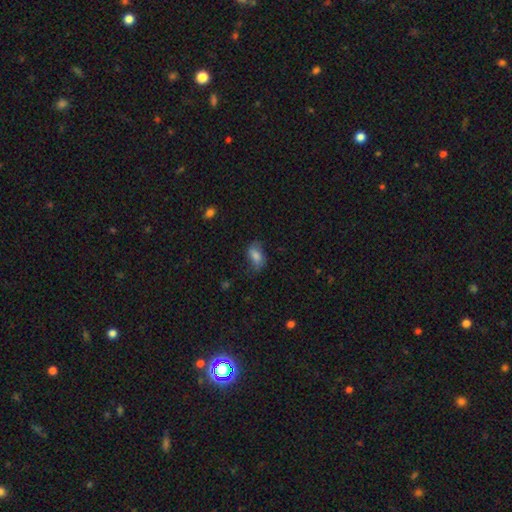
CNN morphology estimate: Smooth or featured?
  - smooth: 72% *
  - featured or disk: 19%
  - star or artifact: 9%
How rounded?
  - in between: 88% *
  - round: 8%
  - cigar-shaped: 4%
Merging?
  - none: 58% *
  - minor disturbance: 28%
  - major disturbance: 13%
  - merger: 2%